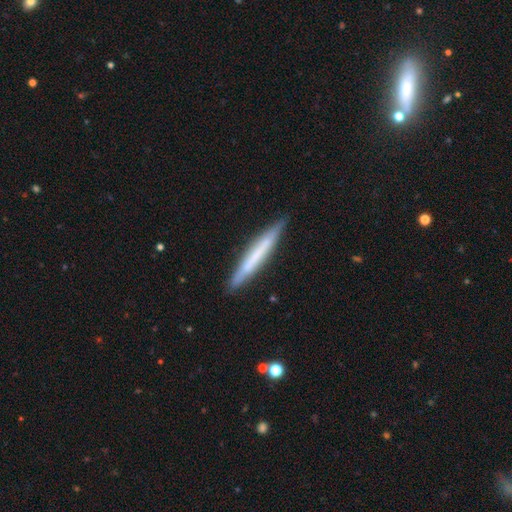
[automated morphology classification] Q: Smooth or featured?
A: smooth (51%); runner-up: featured or disk (43%)
Q: How rounded?
A: cigar-shaped (96%); runner-up: in between (3%)
Q: Merging?
A: none (87%); runner-up: minor disturbance (10%)